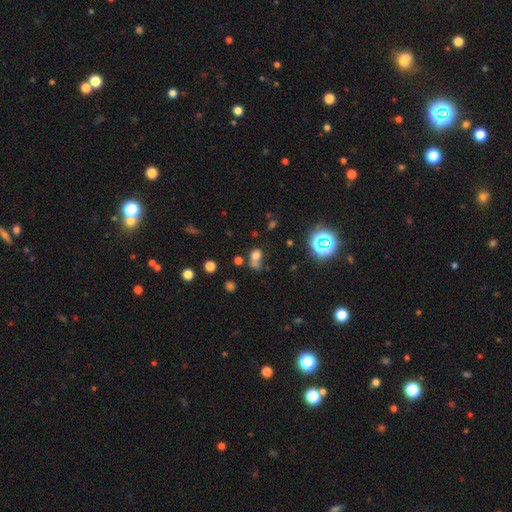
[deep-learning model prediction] smooth-or-featured: smooth: 65% | star or artifact: 23% | featured or disk: 12%
  how-rounded: round: 56% | in between: 42% | cigar-shaped: 2%
  merging: none: 39% | merger: 30% | minor disturbance: 17% | major disturbance: 14%